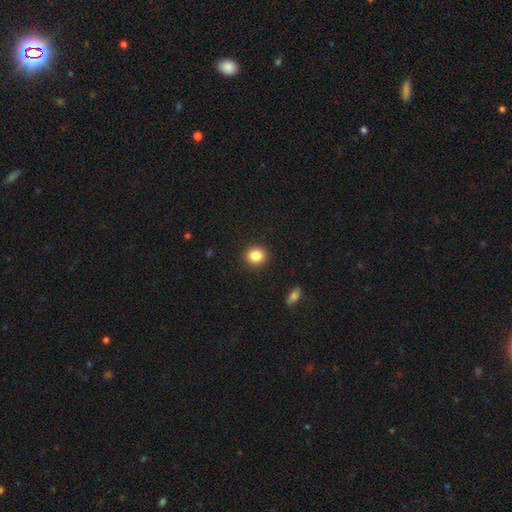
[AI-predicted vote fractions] smooth 85%, star or artifact 10%, featured or disk 5%. Down the decision tree: how rounded — round (84%); merging — none (91%).